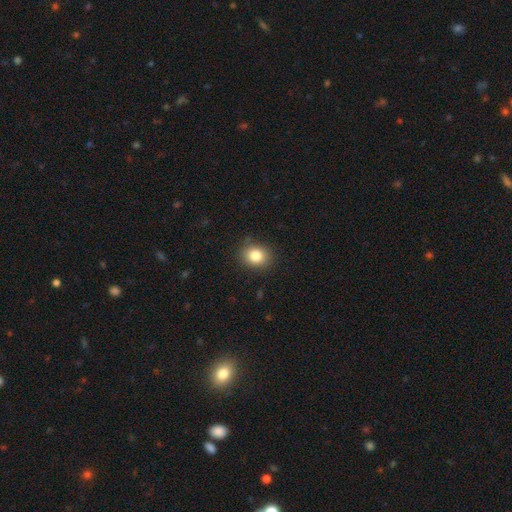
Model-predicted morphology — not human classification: smooth-or-featured: smooth: 83% | star or artifact: 10% | featured or disk: 7%
  how-rounded: round: 65% | in between: 35% | cigar-shaped: 1%
  merging: none: 84% | minor disturbance: 12% | major disturbance: 3% | merger: 1%